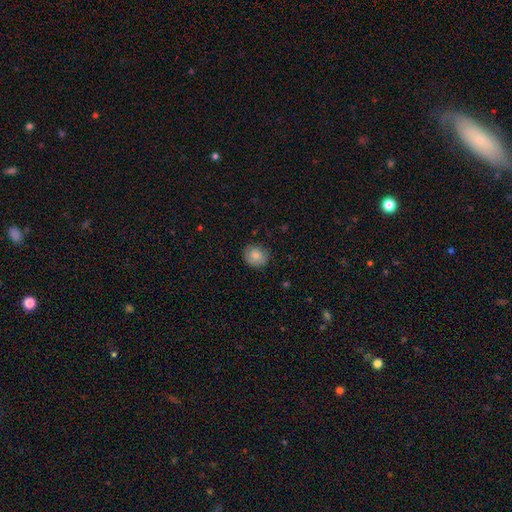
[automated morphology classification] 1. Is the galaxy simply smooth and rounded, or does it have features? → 80% smooth, 12% featured or disk, 8% star or artifact.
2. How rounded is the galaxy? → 76% round, 23% in between, 1% cigar-shaped.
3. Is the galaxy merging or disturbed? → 81% none, 15% minor disturbance, 3% major disturbance, 1% merger.